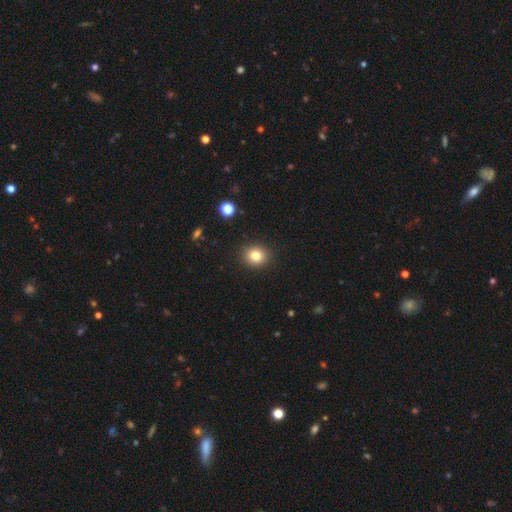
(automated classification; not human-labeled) A smooth galaxy with no disk features (81%) that is round (79%). Merging: none (91%).